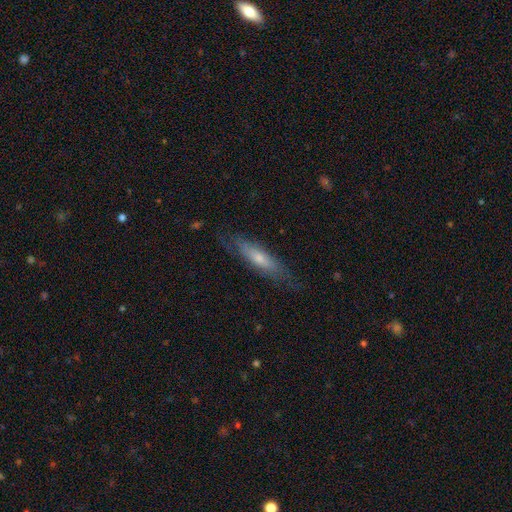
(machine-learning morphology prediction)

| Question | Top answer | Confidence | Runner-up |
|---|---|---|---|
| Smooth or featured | featured or disk | 50% | smooth (40%) |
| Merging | none | 81% | minor disturbance (14%) |